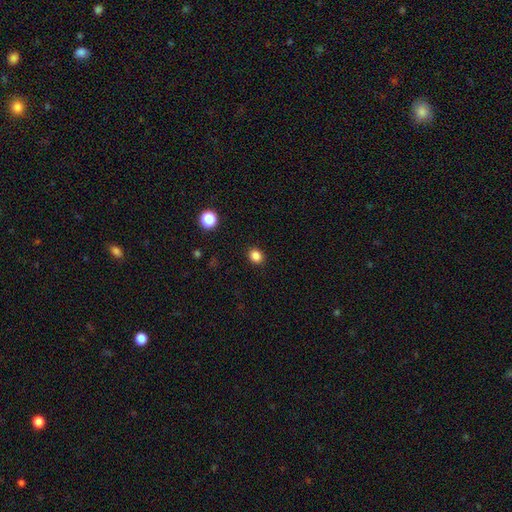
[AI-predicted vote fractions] Overall: smooth (85%). How rounded: round (65%; in between 34%). Merging: none (91%).